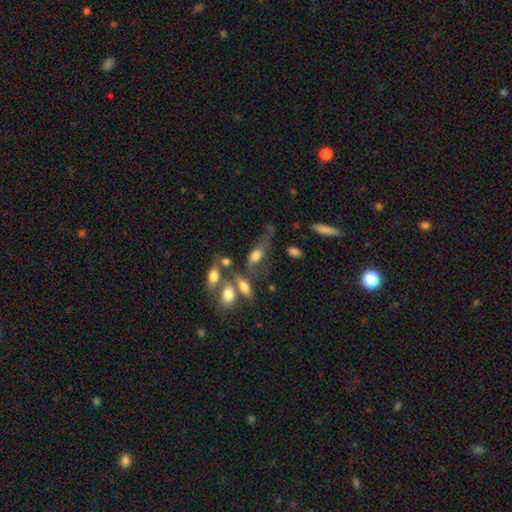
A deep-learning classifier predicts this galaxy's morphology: A smooth galaxy with no disk features (56%) that is in between round and cigar-shaped (77%). Merging: none (30%).